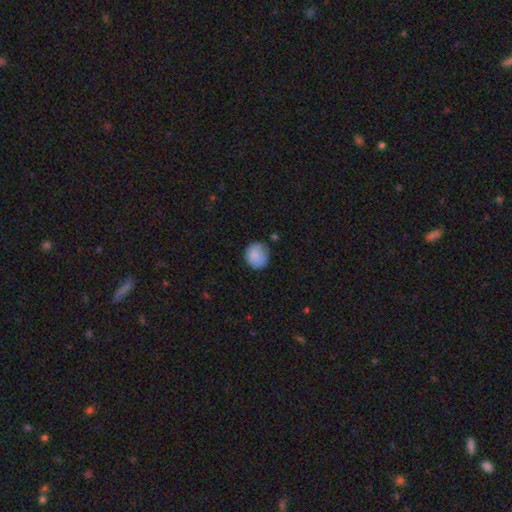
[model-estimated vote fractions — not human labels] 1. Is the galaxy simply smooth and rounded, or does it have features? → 86% smooth, 7% star or artifact, 7% featured or disk.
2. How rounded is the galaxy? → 86% round, 13% in between, 1% cigar-shaped.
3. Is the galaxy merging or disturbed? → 77% none, 17% minor disturbance, 3% major disturbance, 2% merger.